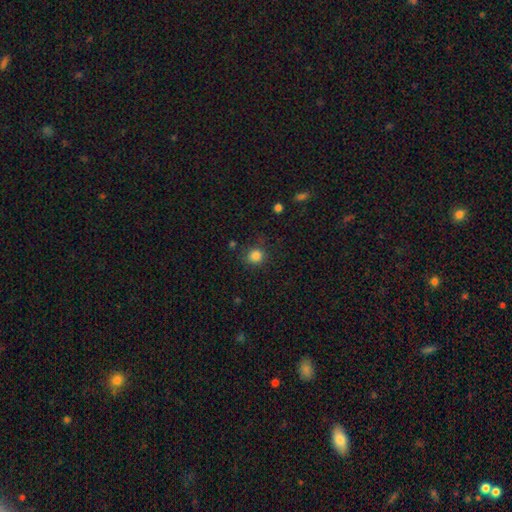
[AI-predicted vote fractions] The model was most divided on "merging": none: 83%, minor disturbance: 11%, major disturbance: 4%, merger: 2%. More confident: how rounded — round (89%); smooth or featured — smooth (84%).